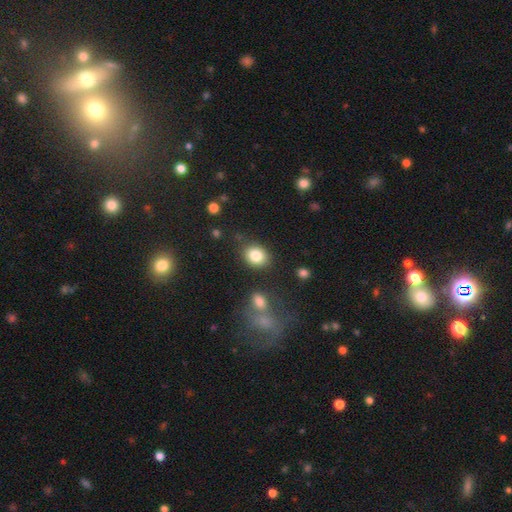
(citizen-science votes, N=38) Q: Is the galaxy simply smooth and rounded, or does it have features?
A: smooth — 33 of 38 (87%).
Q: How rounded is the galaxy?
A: round — 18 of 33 (55%).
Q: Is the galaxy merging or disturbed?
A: none — 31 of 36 (86%).